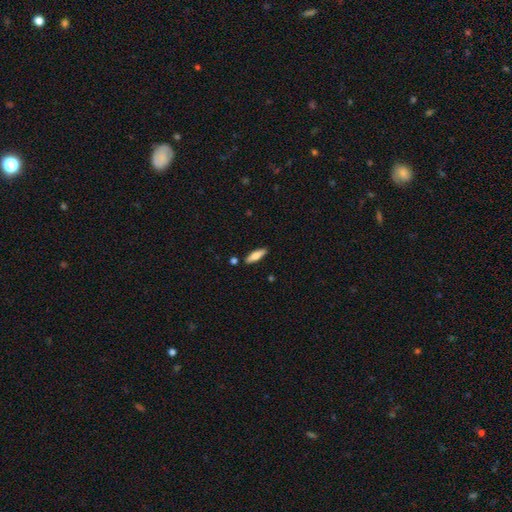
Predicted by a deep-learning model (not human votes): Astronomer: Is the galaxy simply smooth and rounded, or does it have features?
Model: smooth — 69%.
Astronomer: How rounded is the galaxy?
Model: cigar-shaped — 60% (runner-up: in between, 38%).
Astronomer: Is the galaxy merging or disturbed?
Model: none — 86%.